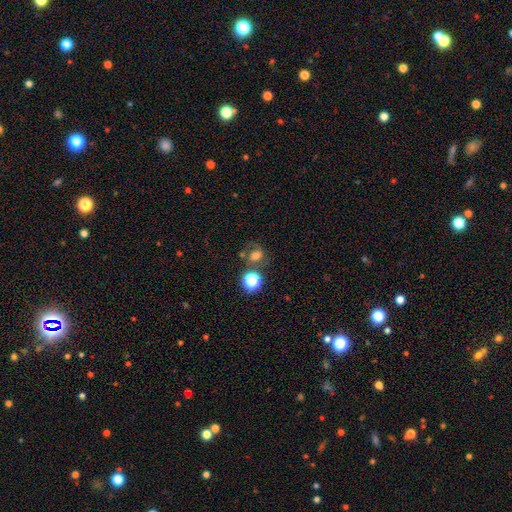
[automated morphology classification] The model was most divided on "how rounded": round: 61%, in between: 37%, cigar-shaped: 1%. More confident: smooth or featured — smooth (57%); merging — none (52%).